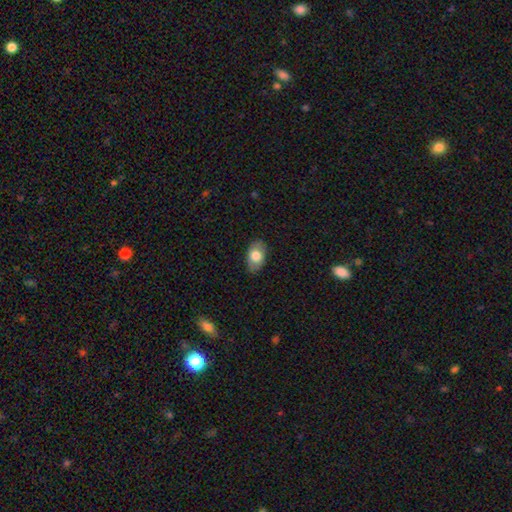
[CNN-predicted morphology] Q: Smooth or featured?
A: smooth (76%); runner-up: featured or disk (17%)
Q: How rounded?
A: in between (89%); runner-up: round (10%)
Q: Merging?
A: none (84%); runner-up: minor disturbance (12%)